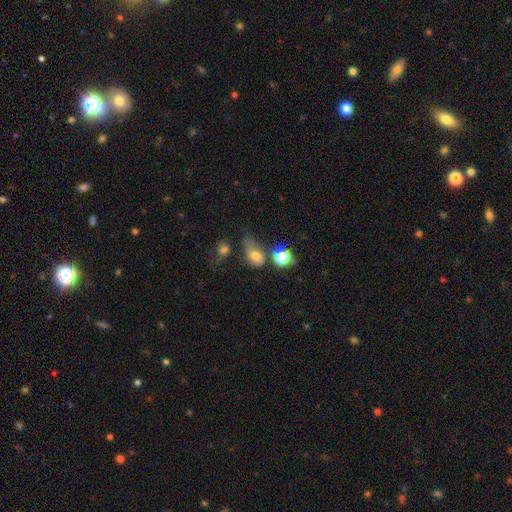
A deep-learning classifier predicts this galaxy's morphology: Smooth or featured? Predicted: smooth (p=0.70). How rounded? Predicted: in between (p=0.59). Merging? Predicted: none (p=0.32).